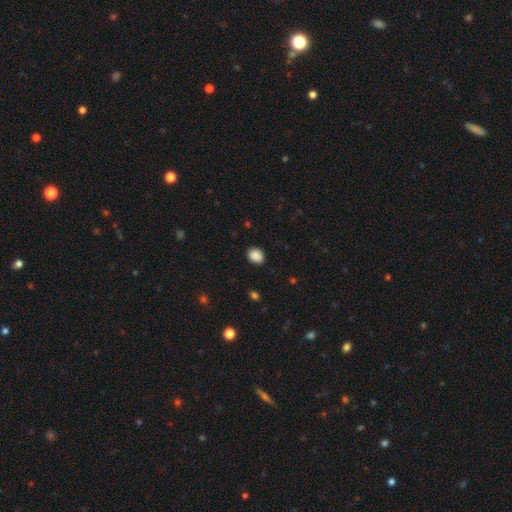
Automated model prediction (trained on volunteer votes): Smooth or featured? Predicted: smooth (p=0.89). How rounded? Predicted: in between (p=0.51). Merging? Predicted: none (p=0.87).